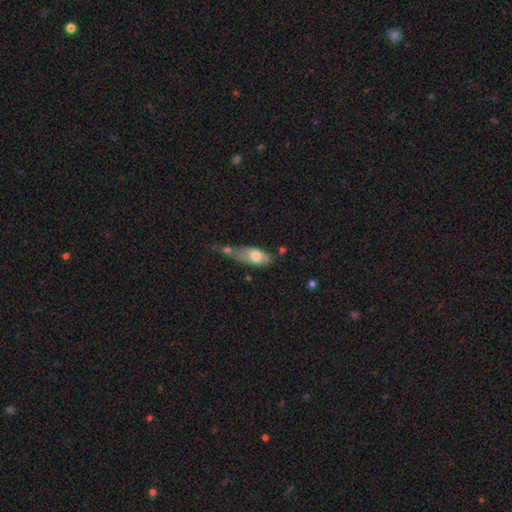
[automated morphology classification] A smooth galaxy with no disk features (69%) that is in between round and cigar-shaped (78%). Merging: merger (33%).